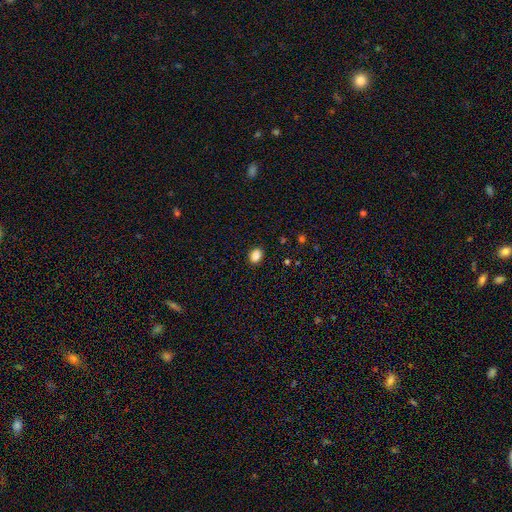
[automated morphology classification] This is clearly a smooth galaxy (87%). How rounded: likely in between (64%). Merging: clearly none (89%).